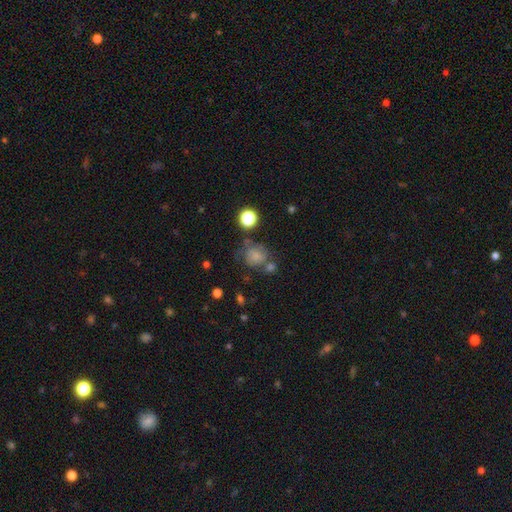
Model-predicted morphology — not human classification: smooth-or-featured: smooth: 69% | star or artifact: 16% | featured or disk: 15%
  how-rounded: round: 71% | in between: 28% | cigar-shaped: 1%
  merging: none: 47% | minor disturbance: 22% | merger: 17% | major disturbance: 14%